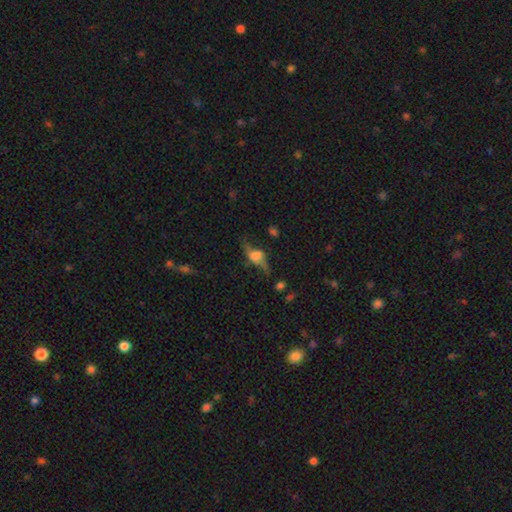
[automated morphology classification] Q: Smooth or featured?
A: featured or disk (56%); runner-up: smooth (31%)
Q: Edge-on disk?
A: yes (66%); runner-up: no (34%)
Q: Merging?
A: none (55%); runner-up: minor disturbance (22%)